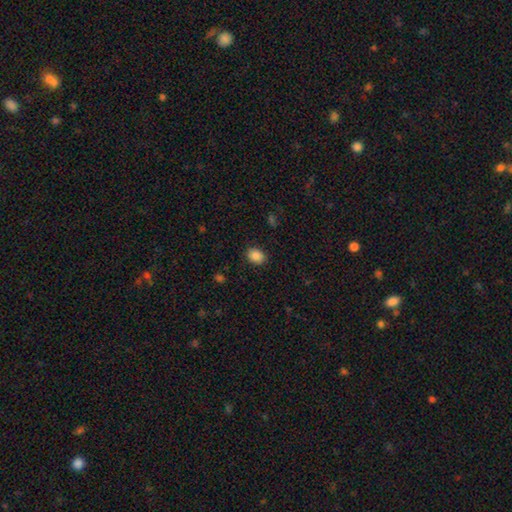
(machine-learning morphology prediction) smooth_or_featured: smooth (p=0.88) [alt: star or artifact p=0.09]
how_rounded: in between (p=0.64) [alt: round p=0.36]
merging: none (p=0.88) [alt: minor disturbance p=0.09]